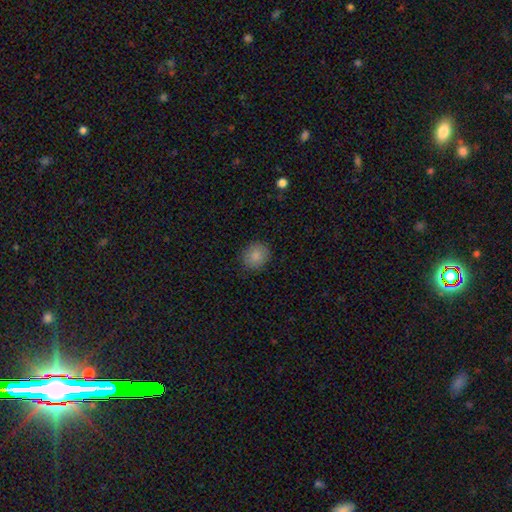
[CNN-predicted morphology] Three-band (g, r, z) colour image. It shows a smooth galaxy with no disk features (86%) that is round (79%). Merging: none (88%).